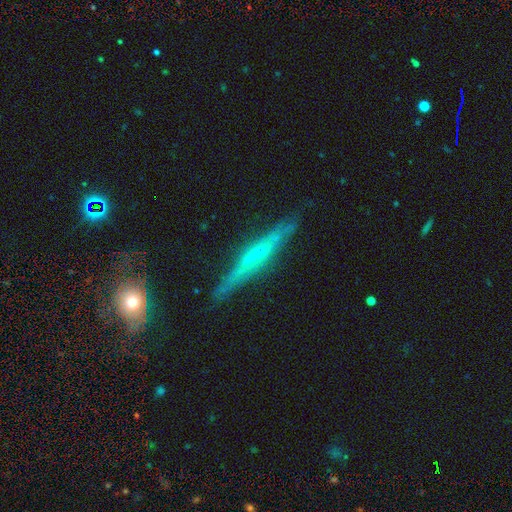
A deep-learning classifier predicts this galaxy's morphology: A featured or disk galaxy (67%) viewed edge-on (92%) with no central bulge (64%). Merging: none (82%).